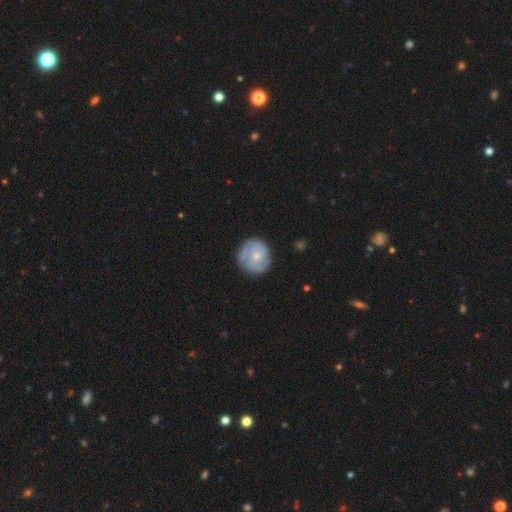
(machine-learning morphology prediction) smooth-or-featured: featured or disk: 58% | smooth: 36% | star or artifact: 6%
  disk-edge-on: no: 98% | yes: 2%
    bar: no: 80% | weak: 18% | strong: 3%
    has-spiral-arms: yes: 76% | no: 24%
    bulge-size: small: 62% | moderate: 33% | none: 2% | large: 1% | dominant: 1%
  merging: none: 73% | minor disturbance: 19% | major disturbance: 6% | merger: 2%